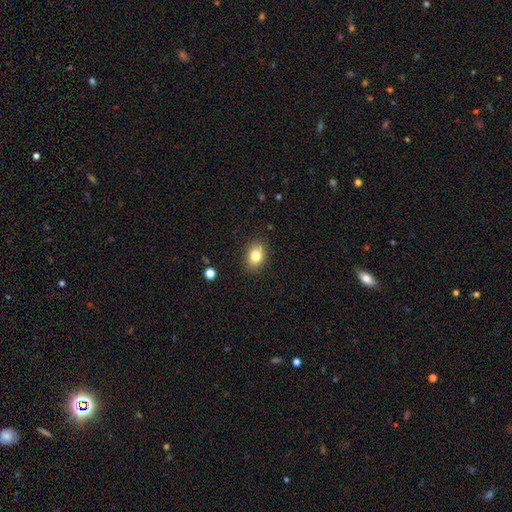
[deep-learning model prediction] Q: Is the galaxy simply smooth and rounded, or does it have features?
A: smooth — 81%.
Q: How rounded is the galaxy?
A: in between — 66%.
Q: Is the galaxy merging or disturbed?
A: none — 88%.